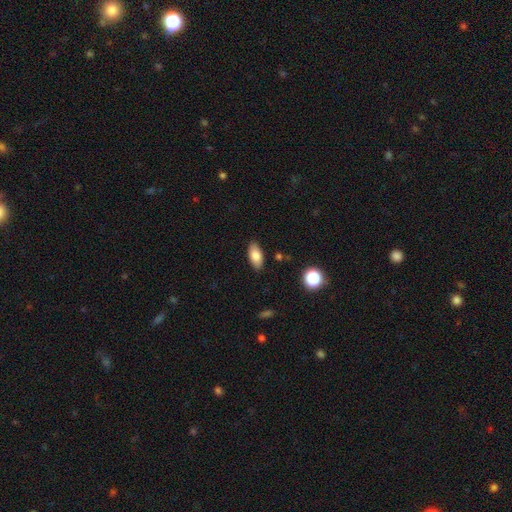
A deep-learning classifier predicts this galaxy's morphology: This is clearly a smooth galaxy (81%). How rounded: clearly in between (89%). Merging: clearly none (87%).